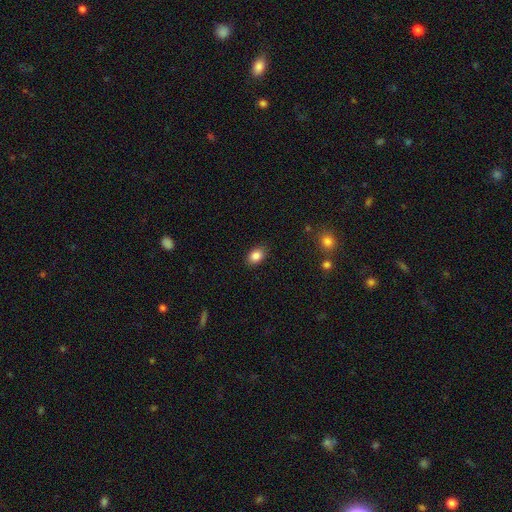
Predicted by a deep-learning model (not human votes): This appears to be a smooth galaxy with no disk features (86%) that is in between round and cigar-shaped (79%). Merging: none (87%).